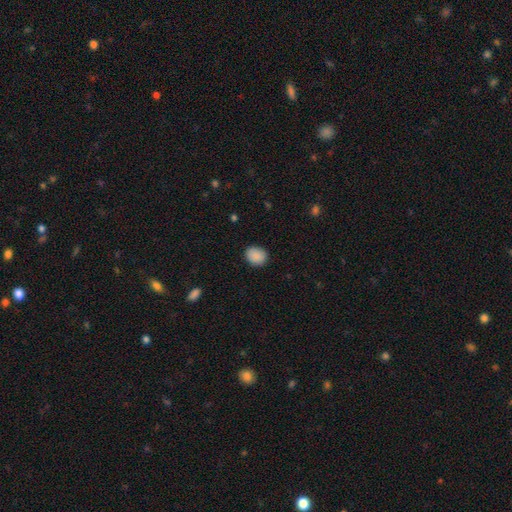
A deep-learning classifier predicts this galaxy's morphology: type=smooth (89%); roundness=round (62%); merging=none (88%).